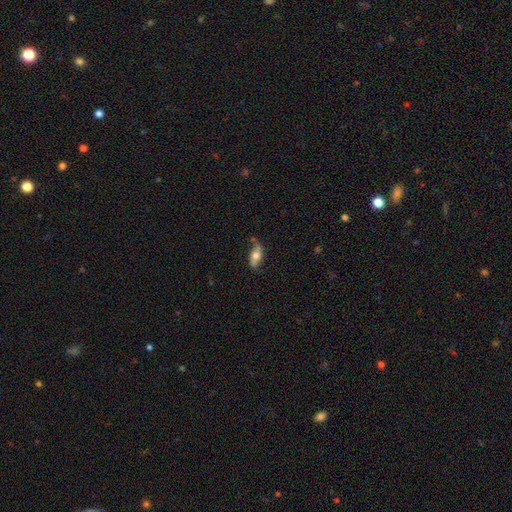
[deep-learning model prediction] The model was most divided on "smooth or featured": smooth: 56%, featured or disk: 37%, star or artifact: 7%. More confident: how rounded — in between (77%); merging — none (66%).